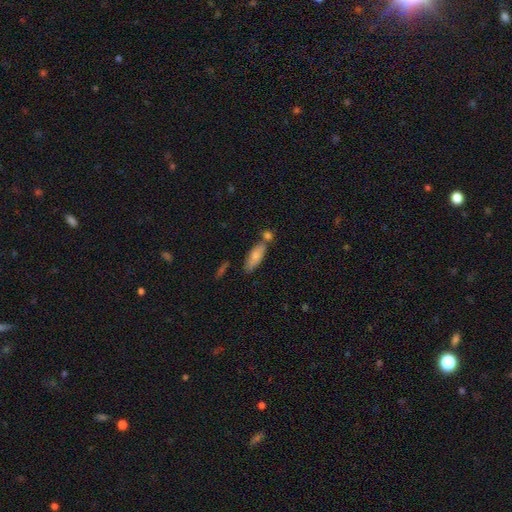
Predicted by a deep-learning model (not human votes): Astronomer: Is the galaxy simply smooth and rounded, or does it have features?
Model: smooth — 77%.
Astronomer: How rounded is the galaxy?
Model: in between — 60% (runner-up: cigar-shaped, 37%).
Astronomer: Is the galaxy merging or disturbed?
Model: none — 58%.